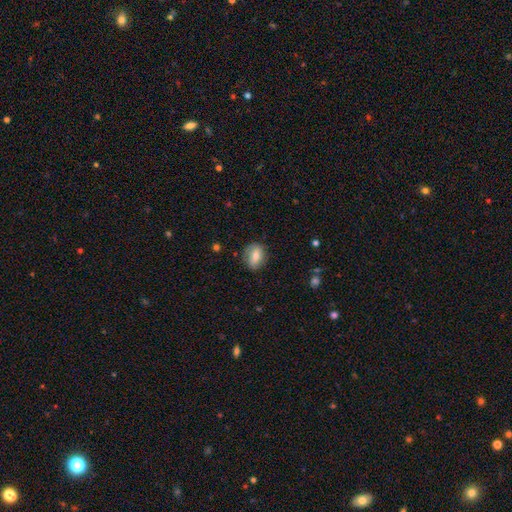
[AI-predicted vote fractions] A smooth galaxy with no disk features (68%) that is in between round and cigar-shaped (55%).

Vote fractions:
- Smooth or featured? smooth: 68% / featured or disk: 24% / star or artifact: 8%
- How rounded? in between: 55% / round: 43% / cigar-shaped: 2%
- Merging? none: 77% / minor disturbance: 18% / major disturbance: 4% / merger: 1%